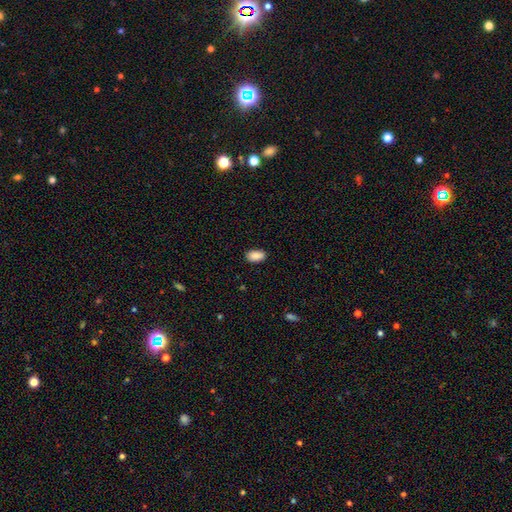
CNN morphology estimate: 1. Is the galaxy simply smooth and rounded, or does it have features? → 89% smooth, 7% star or artifact, 4% featured or disk.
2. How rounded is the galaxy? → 93% in between, 5% round, 2% cigar-shaped.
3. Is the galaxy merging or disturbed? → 87% none, 10% minor disturbance, 2% major disturbance, 1% merger.